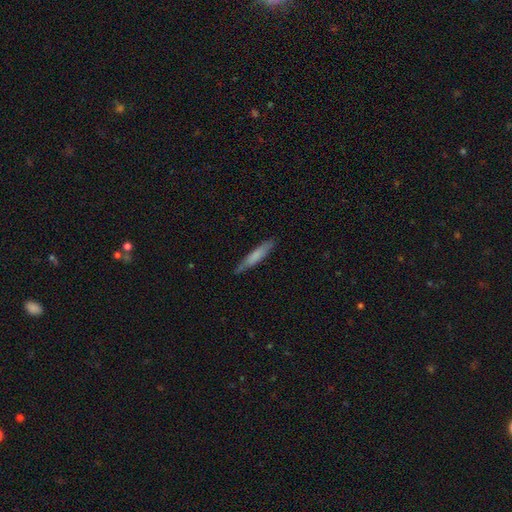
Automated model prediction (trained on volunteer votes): smooth 67%, featured or disk 27%, star or artifact 6%. Down the decision tree: how rounded — cigar-shaped (90%); merging — none (81%).